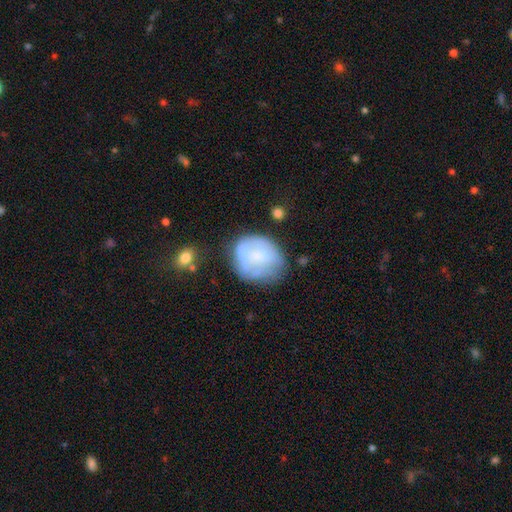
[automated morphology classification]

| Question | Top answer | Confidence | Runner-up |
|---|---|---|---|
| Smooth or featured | smooth | 54% | featured or disk (38%) |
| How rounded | round | 63% | in between (37%) |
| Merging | none | 50% | minor disturbance (30%) |